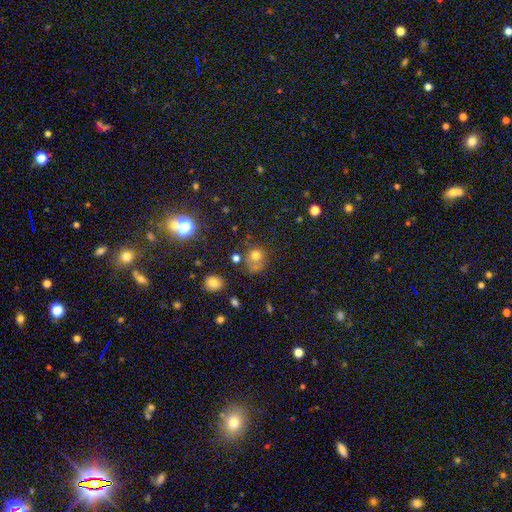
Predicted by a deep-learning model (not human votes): Morphology: type=smooth (69%); roundness=round (79%); merging=none (49%).